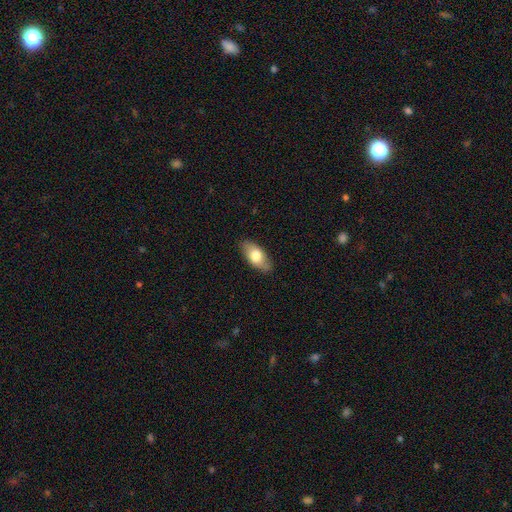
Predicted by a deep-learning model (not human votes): A smooth galaxy with no disk features (71%) that is in between round and cigar-shaped (89%).

Vote fractions:
- Smooth or featured? smooth: 71% / featured or disk: 23% / star or artifact: 6%
- How rounded? in between: 89% / cigar-shaped: 8% / round: 3%
- Merging? none: 83% / minor disturbance: 13% / major disturbance: 3% / merger: 1%